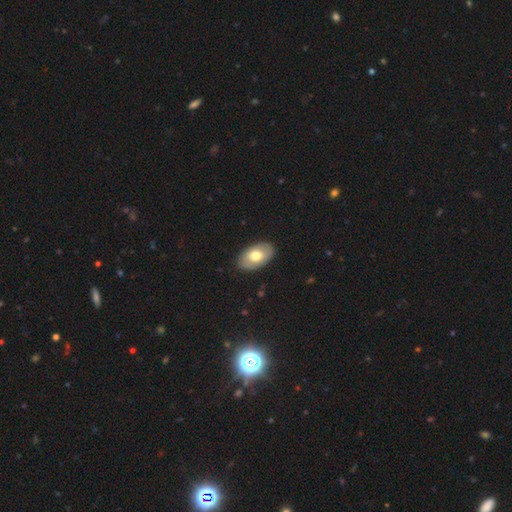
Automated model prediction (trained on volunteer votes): The model was most divided on "smooth or featured": smooth: 64%, featured or disk: 30%, star or artifact: 5%. More confident: how rounded — in between (93%); merging — none (87%).